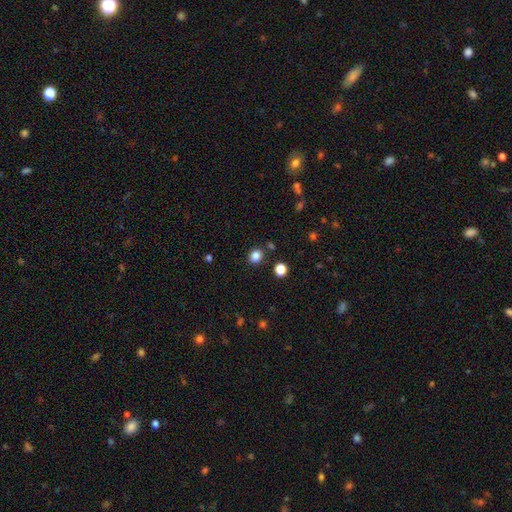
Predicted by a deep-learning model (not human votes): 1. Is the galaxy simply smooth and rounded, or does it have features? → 83% smooth, 13% star or artifact, 4% featured or disk.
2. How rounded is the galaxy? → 70% round, 29% in between, 1% cigar-shaped.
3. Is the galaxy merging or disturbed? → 85% none, 8% minor disturbance, 5% merger, 3% major disturbance.